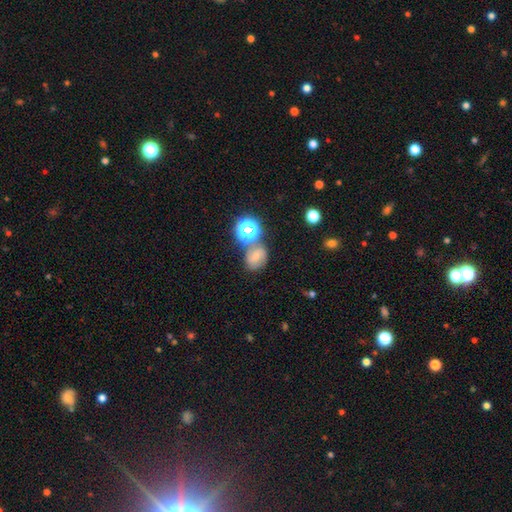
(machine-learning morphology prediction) A smooth galaxy with no disk features (48%). Merging: none (55%).